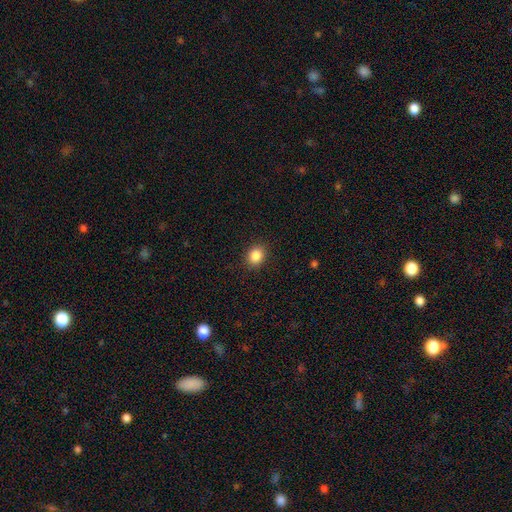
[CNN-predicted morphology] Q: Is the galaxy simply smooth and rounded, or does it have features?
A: smooth — 87%.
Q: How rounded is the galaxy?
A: round — 58%.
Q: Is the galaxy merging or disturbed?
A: none — 89%.